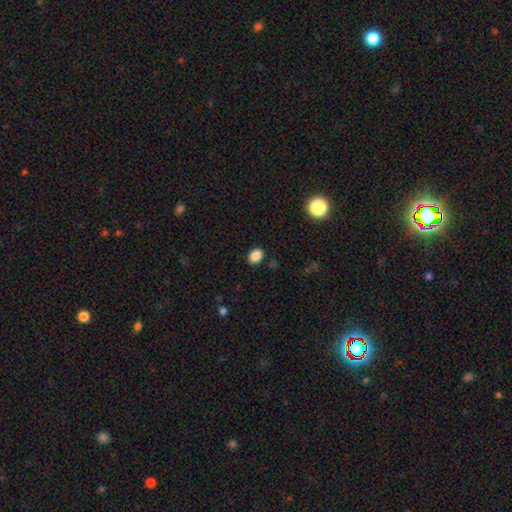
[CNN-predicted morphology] This appears to be a smooth galaxy with no disk features (87%) that is in between round and cigar-shaped (65%). Merging: none (86%).